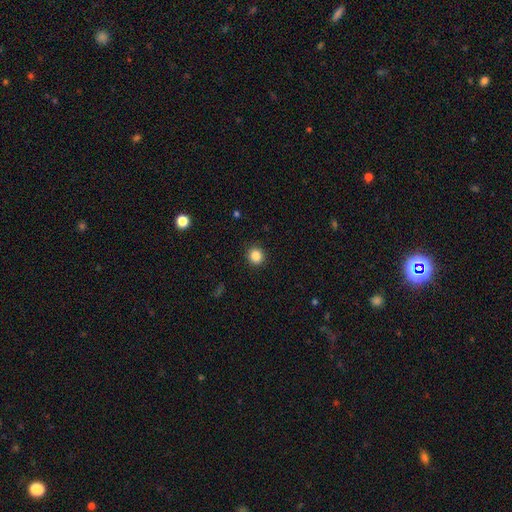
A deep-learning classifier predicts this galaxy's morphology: This is clearly a smooth galaxy (86%). How rounded: clearly round (88%). Merging: clearly none (91%).